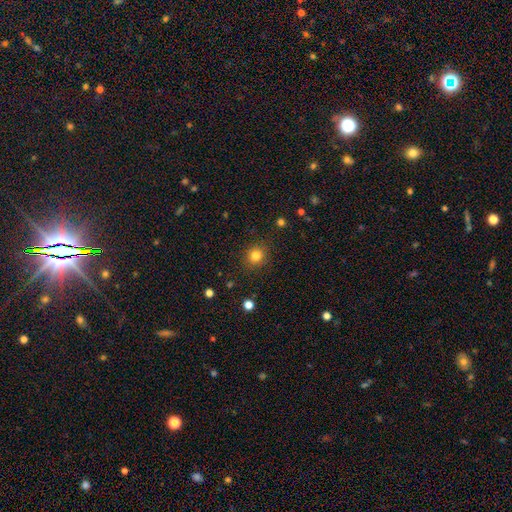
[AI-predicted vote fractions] Smooth or featured: smooth — 81% (star or artifact — 13%)
How rounded: round — 88% (in between — 11%)
Merging: none — 89% (minor disturbance — 7%)